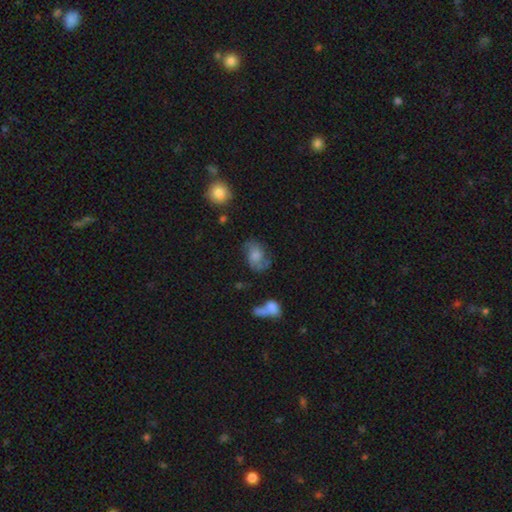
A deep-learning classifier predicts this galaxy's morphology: This appears to be a featured or disk galaxy (54%) with no bar (66%), spiral arms (85%) and a moderate central bulge (35%). Merging: none (55%).